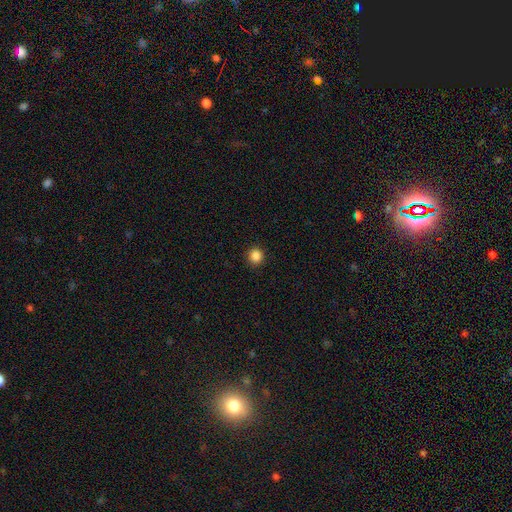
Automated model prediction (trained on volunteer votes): This is clearly a smooth galaxy (86%). How rounded: clearly round (92%). Merging: clearly none (92%).